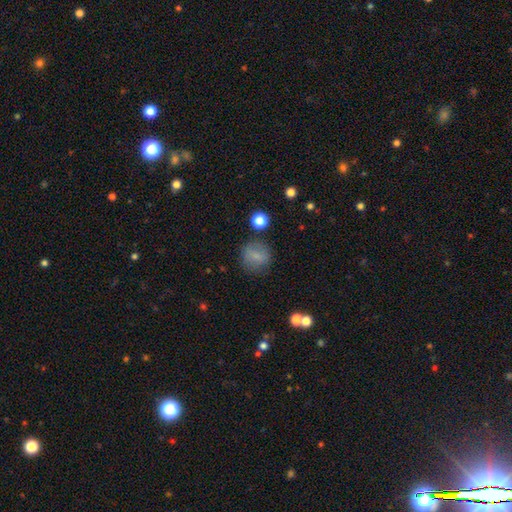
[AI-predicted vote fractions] Morphology: type=smooth (75%); roundness=round (84%); merging=none (79%).